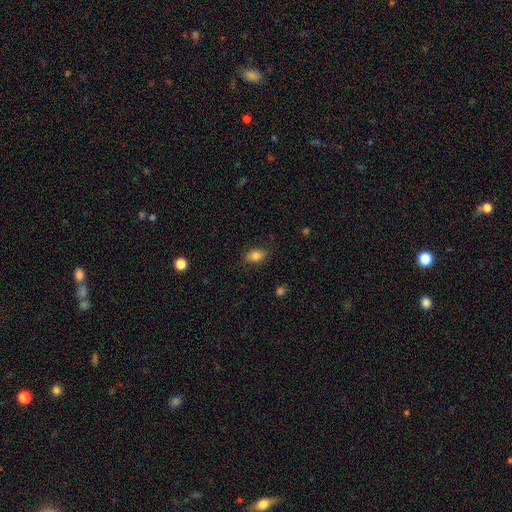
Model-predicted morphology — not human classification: This appears to be a smooth galaxy with no disk features (81%) that is in between round and cigar-shaped (86%). Merging: none (83%).